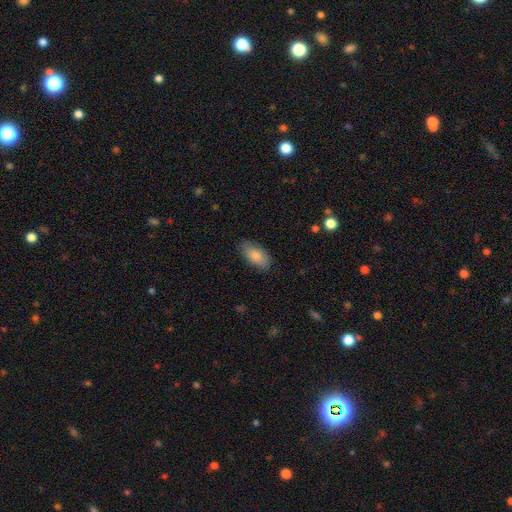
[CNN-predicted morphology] Overall: smooth (83%). How rounded: in between (93%). Merging: none (84%).